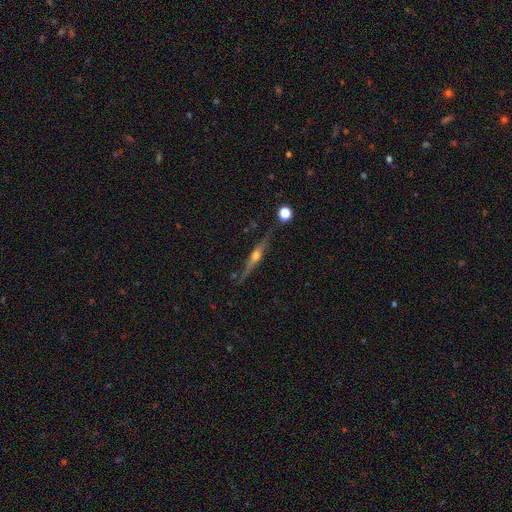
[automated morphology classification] This is likely a featured or disk galaxy (75%). It is clearly viewed edge-on (96%). Edge-on bulge: clearly rounded (91%). Merging: likely none (80%).